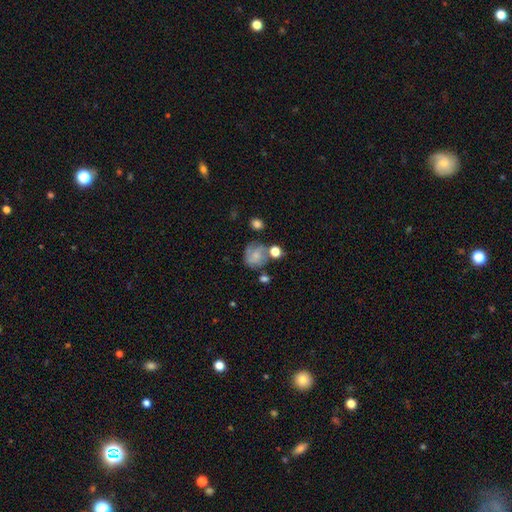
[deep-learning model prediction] This is possibly a smooth galaxy (50%). How rounded: likely round (73%). Merging: possibly none (50%).